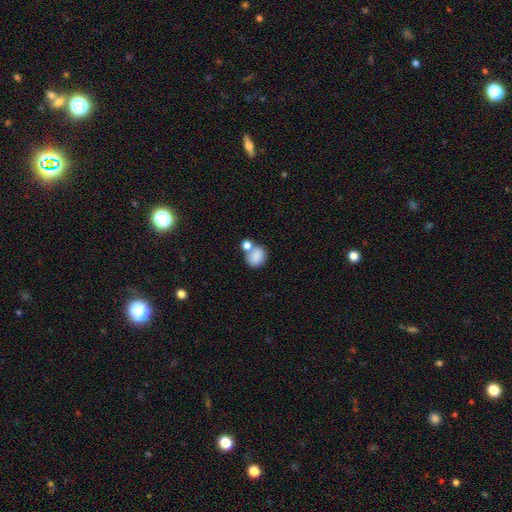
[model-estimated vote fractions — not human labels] Smooth or featured? smooth (83%)
How rounded? round (65%)
Merging? none (47%)